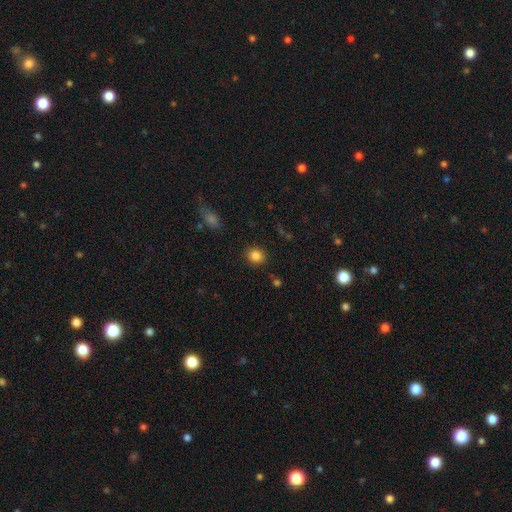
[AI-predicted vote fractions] Q: Smooth or featured?
A: smooth (85%); runner-up: star or artifact (10%)
Q: How rounded?
A: round (72%); runner-up: in between (27%)
Q: Merging?
A: none (89%); runner-up: minor disturbance (8%)